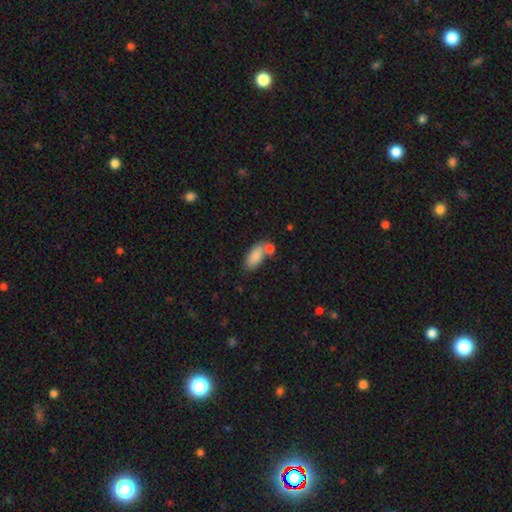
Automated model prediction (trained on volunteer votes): Smooth or featured? smooth (85%)
How rounded? in between (86%)
Merging? none (53%)